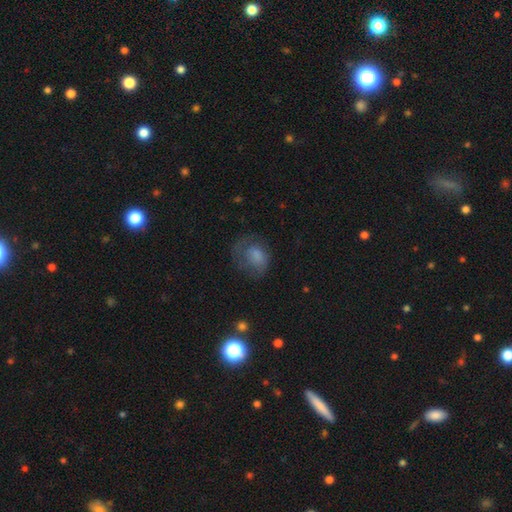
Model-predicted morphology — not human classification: Smooth or featured? smooth (63%)
How rounded? in between (50%)
Merging? none (41%)